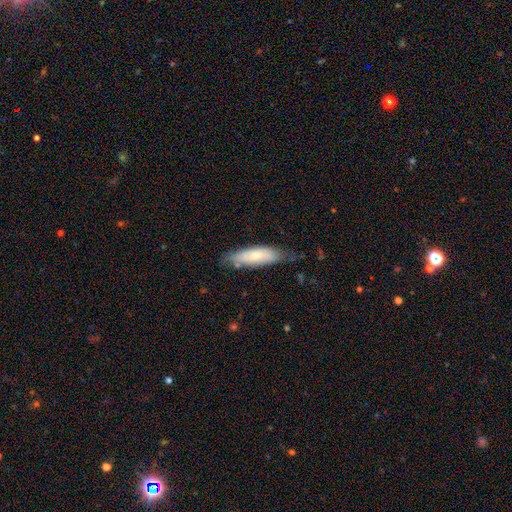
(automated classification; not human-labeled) A smooth galaxy with no disk features (63%) that is in between round and cigar-shaped (52%).

Vote fractions:
- Smooth or featured? smooth: 63% / featured or disk: 31% / star or artifact: 6%
- How rounded? in between: 52% / cigar-shaped: 47% / round: 2%
- Merging? none: 67% / minor disturbance: 26% / major disturbance: 5% / merger: 2%